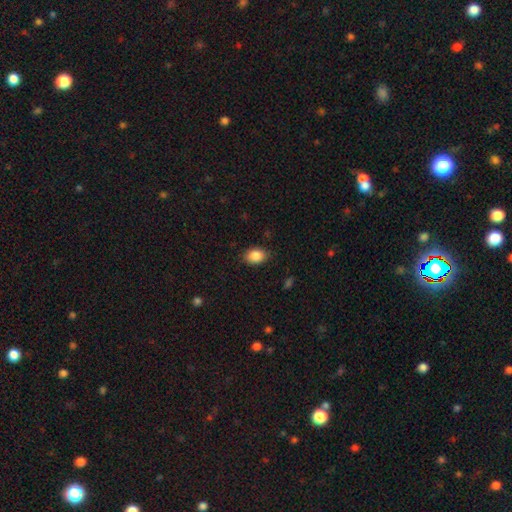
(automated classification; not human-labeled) smooth_or_featured: smooth (p=0.87) [alt: star or artifact p=0.08]
how_rounded: in between (p=0.79) [alt: round p=0.20]
merging: none (p=0.85) [alt: minor disturbance p=0.12]